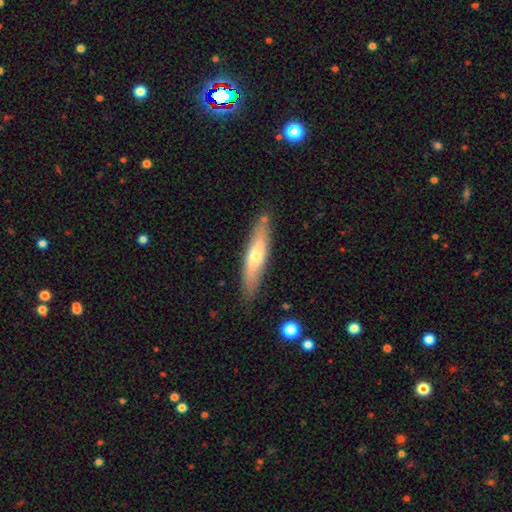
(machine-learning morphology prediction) smooth 52%, featured or disk 42%, star or artifact 6%. Down the decision tree: how rounded — cigar-shaped (76%); merging — none (83%).